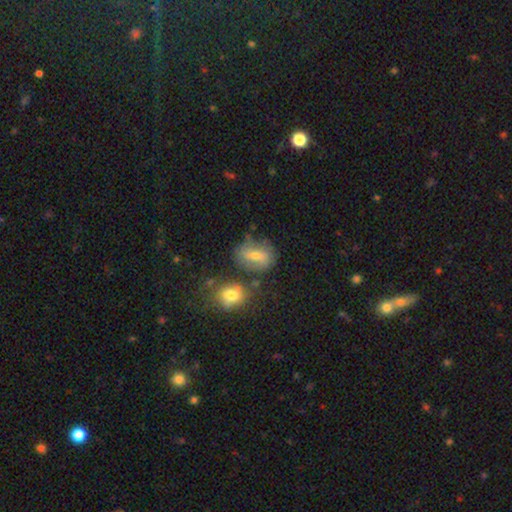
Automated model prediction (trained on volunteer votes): smooth-or-featured: smooth: 53% | featured or disk: 35% | star or artifact: 12%
  how-rounded: in between: 60% | round: 38% | cigar-shaped: 2%
  merging: none: 61% | minor disturbance: 19% | merger: 13% | major disturbance: 7%